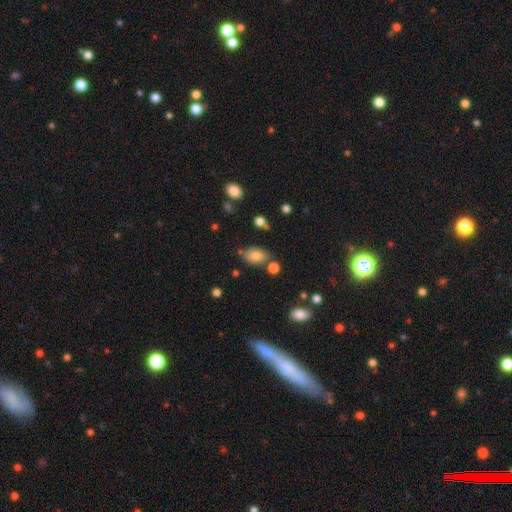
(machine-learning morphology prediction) Q: Smooth or featured?
A: smooth (80%); runner-up: star or artifact (10%)
Q: How rounded?
A: in between (86%); runner-up: round (13%)
Q: Merging?
A: none (72%); runner-up: minor disturbance (15%)